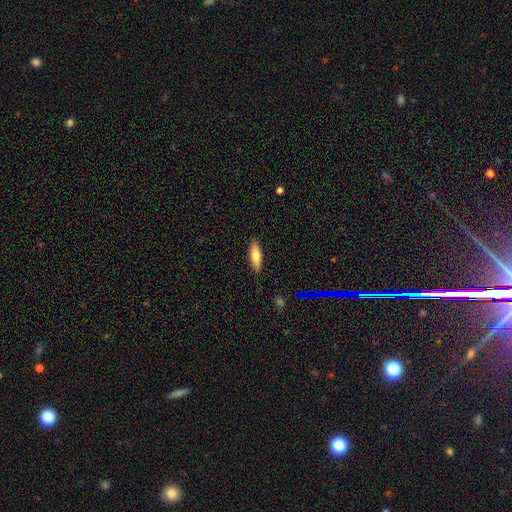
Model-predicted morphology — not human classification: smooth_or_featured: smooth (p=0.66) [alt: featured or disk p=0.27]
how_rounded: cigar-shaped (p=0.58) [alt: in between p=0.40]
merging: none (p=0.89) [alt: minor disturbance p=0.08]